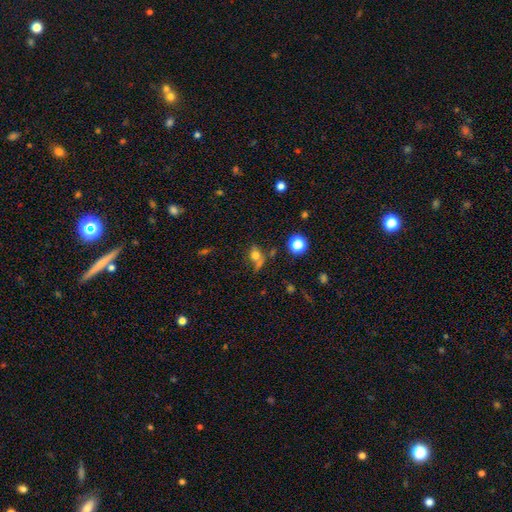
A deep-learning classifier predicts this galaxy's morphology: Q: Smooth or featured?
A: smooth (65%); runner-up: featured or disk (18%)
Q: How rounded?
A: in between (50%); runner-up: round (46%)
Q: Merging?
A: none (41%); runner-up: merger (25%)